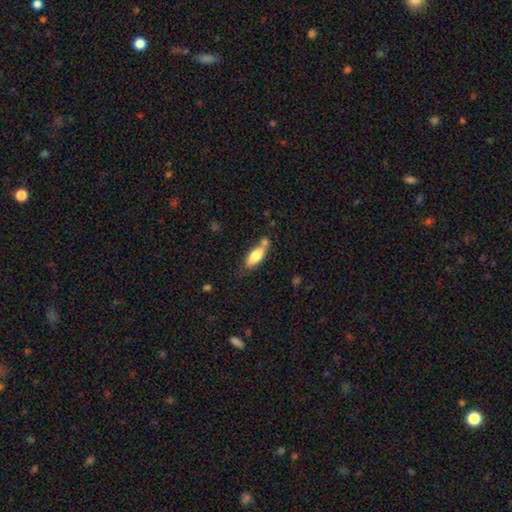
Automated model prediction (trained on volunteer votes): This appears to be a smooth galaxy with no disk features (74%) that is in between round and cigar-shaped (72%). Merging: none (56%).